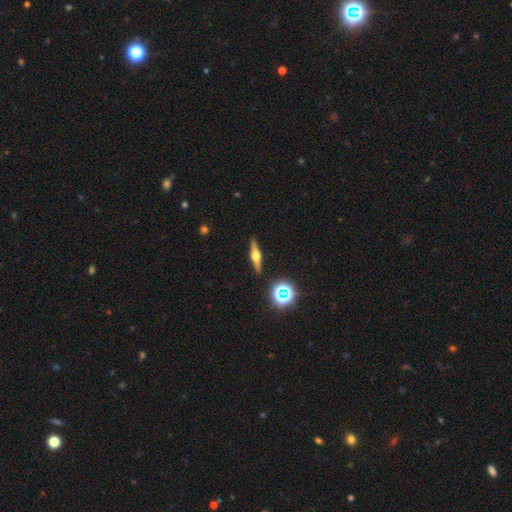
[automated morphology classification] smooth-or-featured: featured or disk: 67% | smooth: 23% | star or artifact: 10%
  disk-edge-on: yes: 96% | no: 4%
    edge-on-bulge: rounded: 94% | boxy: 4% | none: 2%
  merging: none: 90% | minor disturbance: 7% | major disturbance: 2% | merger: 1%